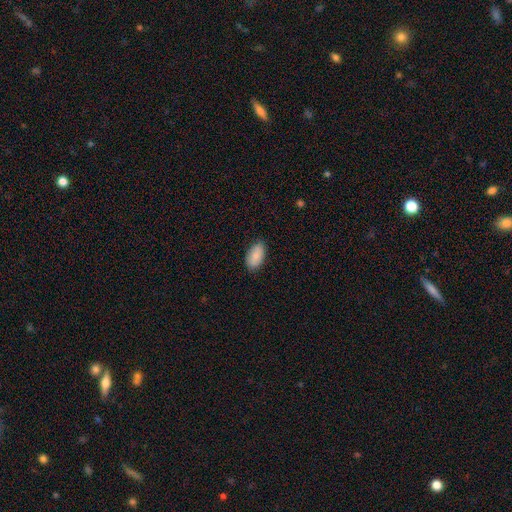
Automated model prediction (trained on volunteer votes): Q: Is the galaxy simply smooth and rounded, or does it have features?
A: smooth — 86%.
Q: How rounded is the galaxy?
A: in between — 94%.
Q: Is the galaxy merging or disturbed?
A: none — 84%.